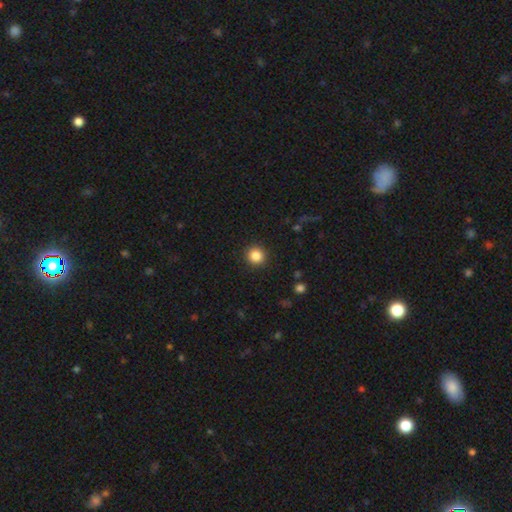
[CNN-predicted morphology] smooth-or-featured: smooth: 85% | star or artifact: 11% | featured or disk: 4%
  how-rounded: round: 93% | in between: 6% | cigar-shaped: 1%
  merging: none: 92% | minor disturbance: 5% | major disturbance: 2% | merger: 1%